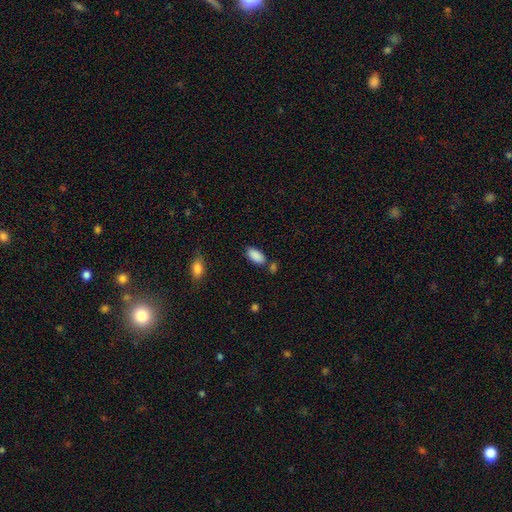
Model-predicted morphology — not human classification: smooth-or-featured: smooth: 89% | star or artifact: 7% | featured or disk: 4%
  how-rounded: in between: 91% | cigar-shaped: 6% | round: 2%
  merging: none: 71% | minor disturbance: 14% | merger: 12% | major disturbance: 3%